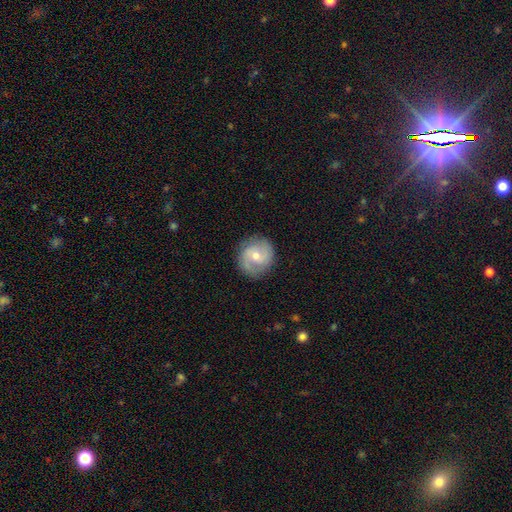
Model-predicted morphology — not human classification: Overall: featured or disk (73%). Edge-on disk: no (98%). Bar: no (50%; weak 41%). Spiral arms: yes (91%). Spiral arm count: 2 (85%). Spiral winding: medium (46%; tight 36%). Bulge size: moderate (54%; small 43%). Merging: none (85%).